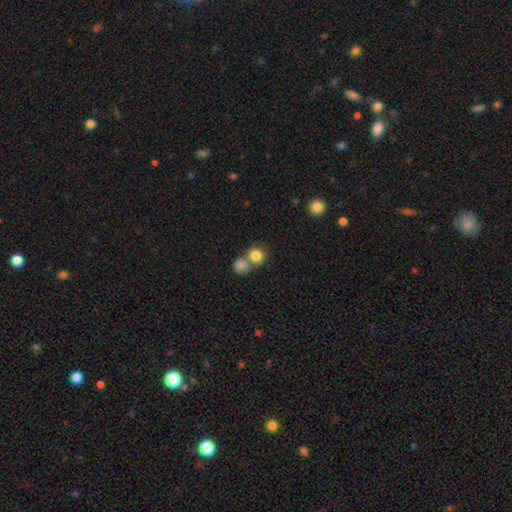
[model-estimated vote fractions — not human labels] Q: Smooth or featured?
A: smooth (83%); runner-up: star or artifact (10%)
Q: How rounded?
A: round (77%); runner-up: in between (22%)
Q: Merging?
A: merger (45%); runner-up: none (44%)